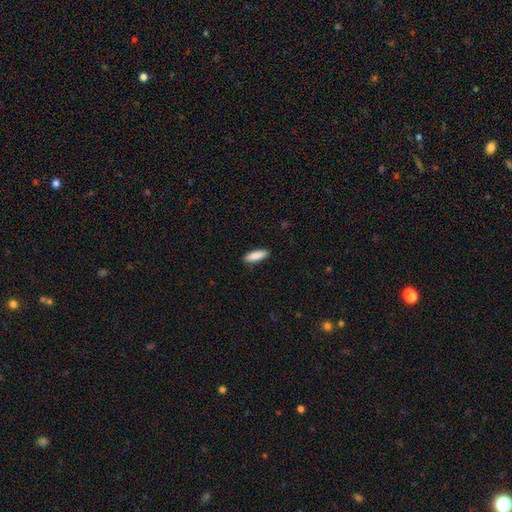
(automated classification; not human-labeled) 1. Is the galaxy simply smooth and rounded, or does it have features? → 88% smooth, 7% featured or disk, 6% star or artifact.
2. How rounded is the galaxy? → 54% cigar-shaped, 45% in between, 2% round.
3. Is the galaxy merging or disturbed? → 89% none, 8% minor disturbance, 2% major disturbance, 1% merger.